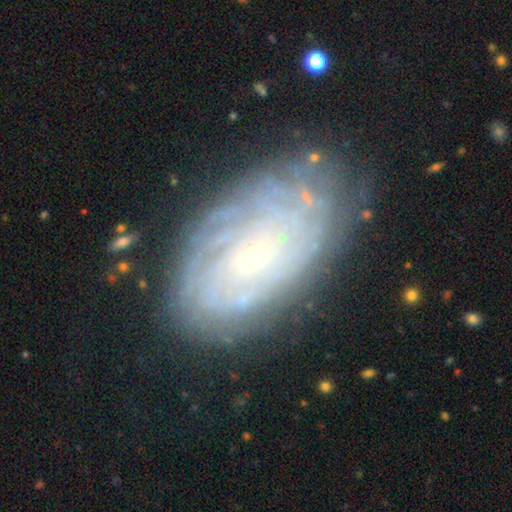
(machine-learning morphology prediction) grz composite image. It shows a featured or disk galaxy (76%) with no bar (79%), tight (82%) spiral arms (90%) and a small central bulge (84%). Merging: none (77%).